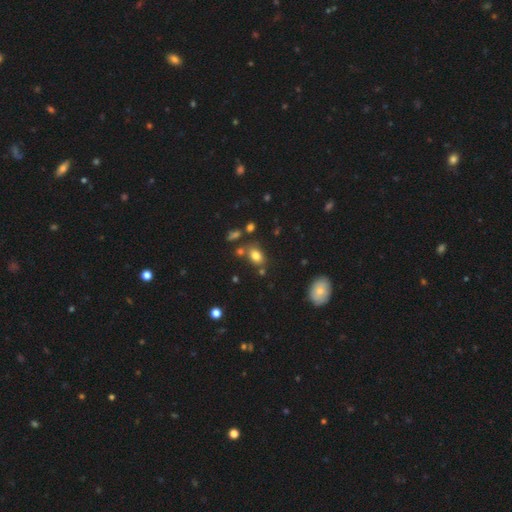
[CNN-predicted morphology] Smooth or featured: smooth — 79% (star or artifact — 12%)
How rounded: in between — 78% (round — 20%)
Merging: none — 71% (minor disturbance — 15%)